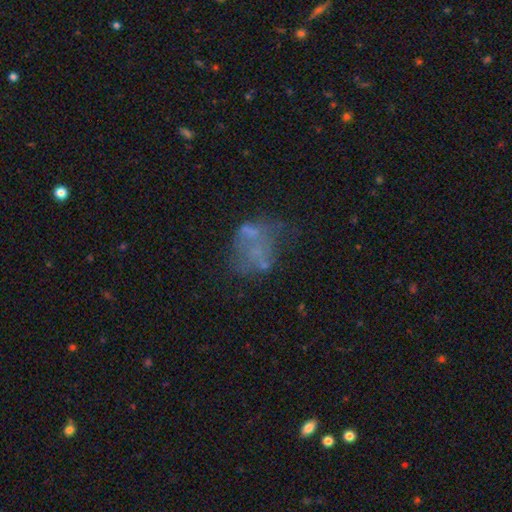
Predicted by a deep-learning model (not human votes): smooth-or-featured: featured or disk: 49% | smooth: 34% | star or artifact: 17%
  merging: none: 39% | major disturbance: 26% | minor disturbance: 20% | merger: 14%